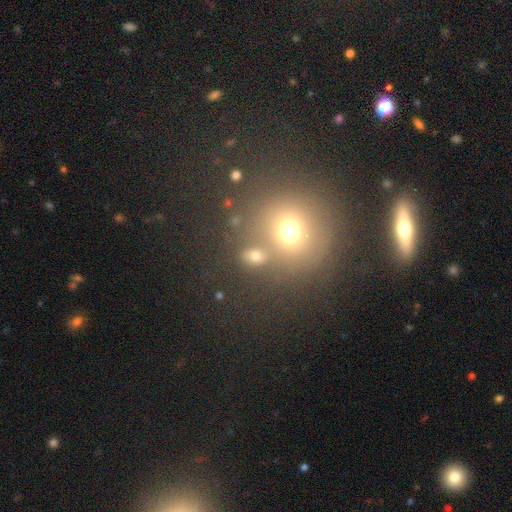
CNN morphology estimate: This appears to be a smooth galaxy with no disk features (66%) that is round (76%). Merging: none (57%).